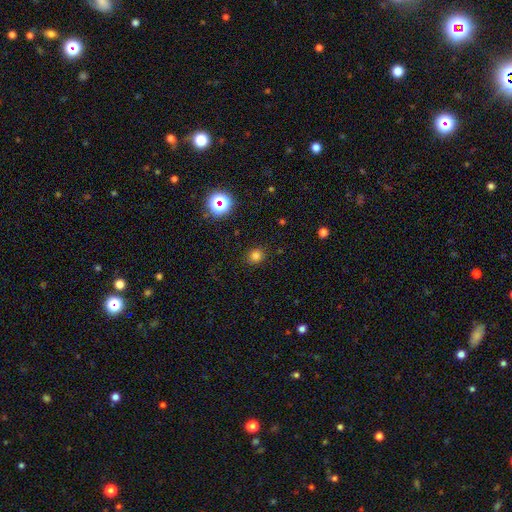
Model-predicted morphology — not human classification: This appears to be a smooth galaxy with no disk features (77%) that is round (83%). Merging: none (88%).